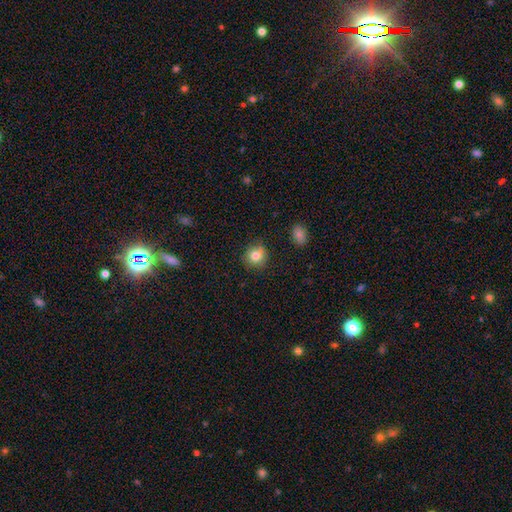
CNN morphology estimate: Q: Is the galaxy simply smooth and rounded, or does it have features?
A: smooth — 82%.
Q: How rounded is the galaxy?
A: round — 86%.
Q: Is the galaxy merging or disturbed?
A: none — 83%.